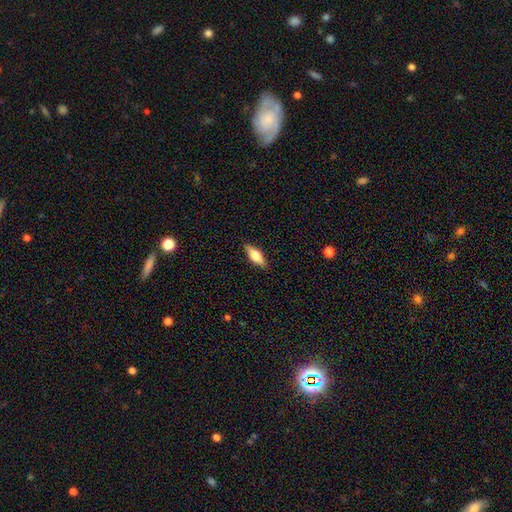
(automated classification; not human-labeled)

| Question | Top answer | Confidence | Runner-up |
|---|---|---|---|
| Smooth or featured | smooth | 52% | featured or disk (42%) |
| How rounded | in between | 55% | cigar-shaped (42%) |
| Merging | none | 88% | minor disturbance (9%) |